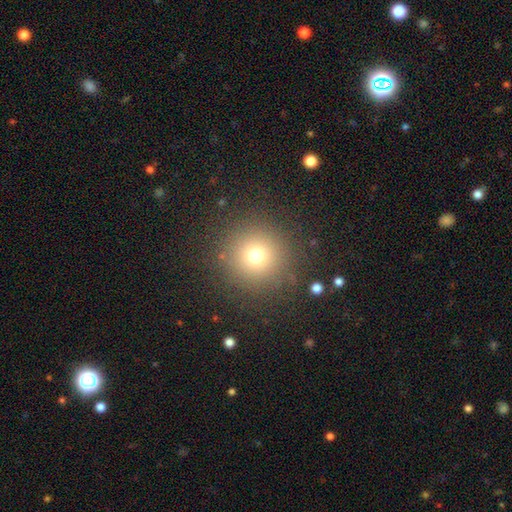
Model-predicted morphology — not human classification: Smooth or featured? smooth (72%)
How rounded? round (96%)
Merging? none (88%)